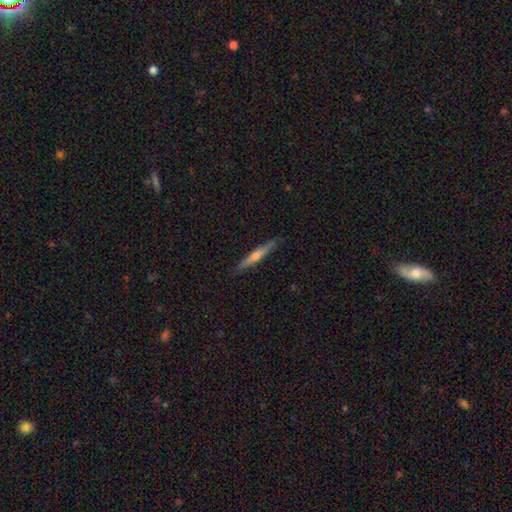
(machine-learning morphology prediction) This is possibly a featured or disk galaxy (59%). It is clearly viewed edge-on (97%). Edge-on bulge: likely rounded (73%). Merging: clearly none (89%).